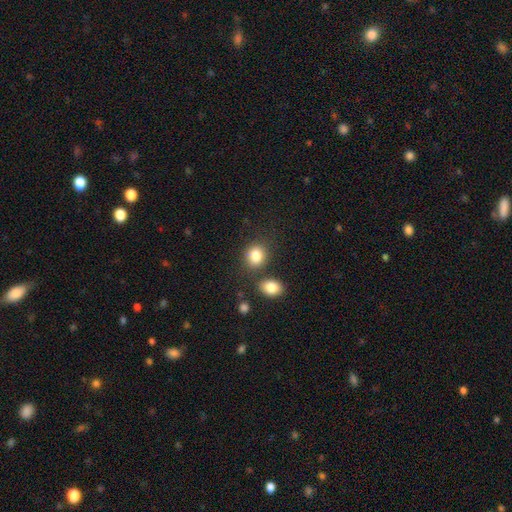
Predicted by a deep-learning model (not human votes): Morphology: type=smooth (84%); roundness=round (59%); merging=none (67%).